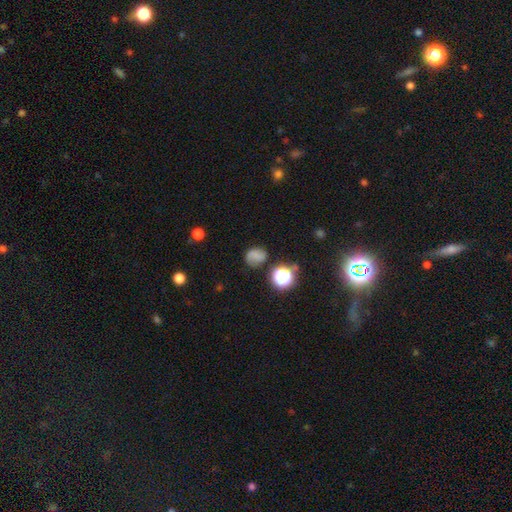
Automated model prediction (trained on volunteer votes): This is likely a smooth galaxy (62%). How rounded: likely round (61%). Merging: likely none (65%).